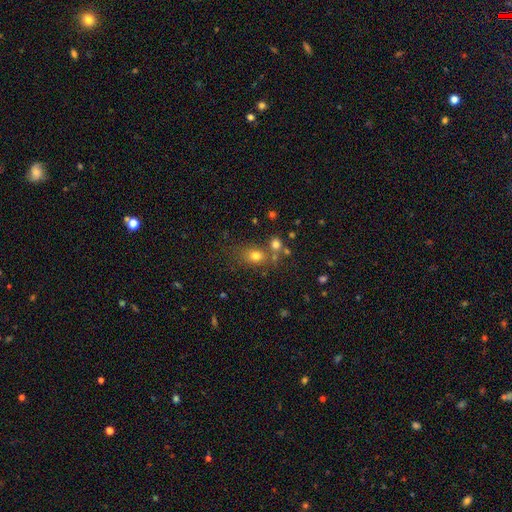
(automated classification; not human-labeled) smooth-or-featured: smooth: 74% | star or artifact: 15% | featured or disk: 10%
  how-rounded: in between: 54% | round: 44% | cigar-shaped: 2%
  merging: none: 59% | merger: 20% | minor disturbance: 14% | major disturbance: 7%